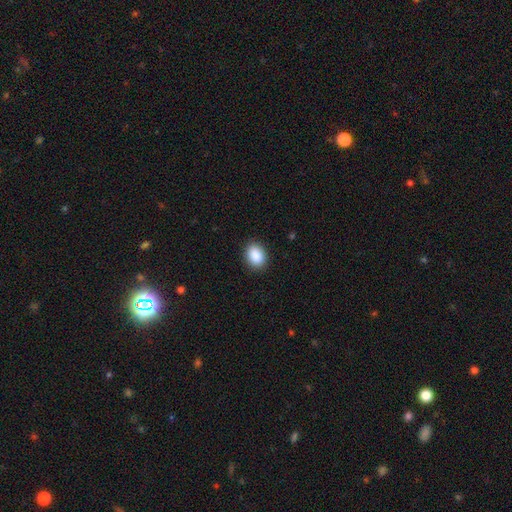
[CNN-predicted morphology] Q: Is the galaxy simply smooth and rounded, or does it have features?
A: smooth — 89%.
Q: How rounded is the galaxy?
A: in between — 67%.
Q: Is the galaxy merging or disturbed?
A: none — 89%.